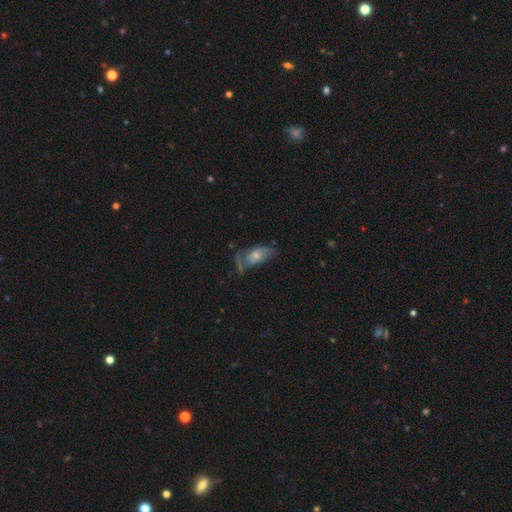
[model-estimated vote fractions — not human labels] smooth-or-featured: featured or disk: 48% | smooth: 43% | star or artifact: 9%
  merging: none: 35% | major disturbance: 27% | minor disturbance: 27% | merger: 11%